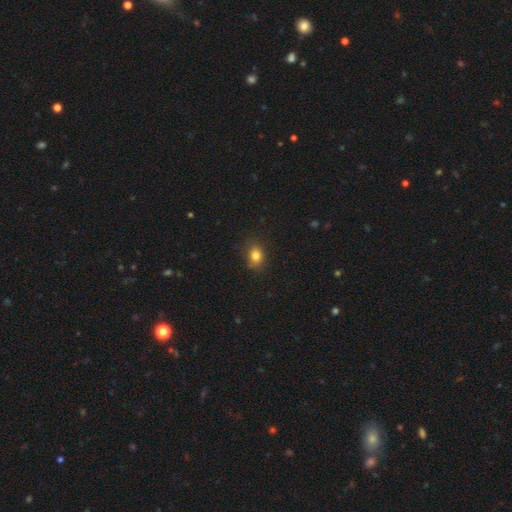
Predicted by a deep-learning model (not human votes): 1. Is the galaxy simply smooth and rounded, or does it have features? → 82% smooth, 11% star or artifact, 7% featured or disk.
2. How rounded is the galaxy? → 57% in between, 42% round, 1% cigar-shaped.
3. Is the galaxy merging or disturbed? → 80% none, 15% minor disturbance, 4% major disturbance, 1% merger.